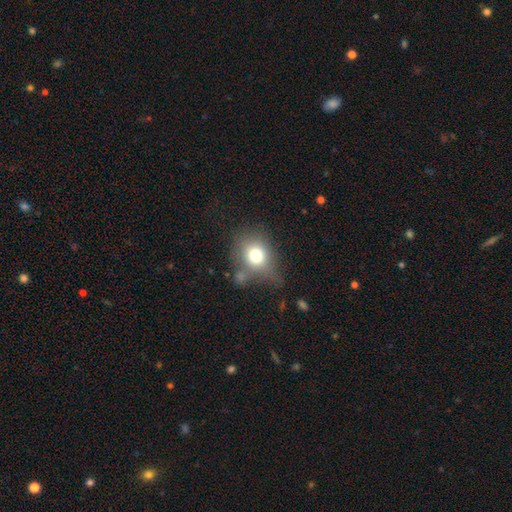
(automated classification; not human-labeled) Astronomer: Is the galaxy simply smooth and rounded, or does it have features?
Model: smooth — 73%.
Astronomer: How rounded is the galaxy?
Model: round — 64%.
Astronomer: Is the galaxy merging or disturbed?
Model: none — 48% (runner-up: minor disturbance, 26%).